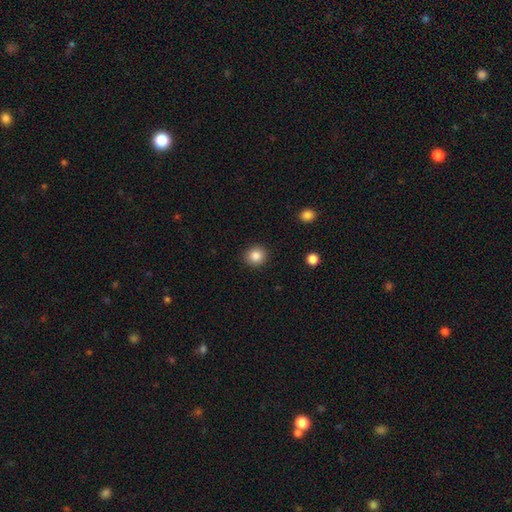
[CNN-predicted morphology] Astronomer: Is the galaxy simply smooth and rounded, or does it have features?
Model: smooth — 85%.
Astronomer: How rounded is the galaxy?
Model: round — 89%.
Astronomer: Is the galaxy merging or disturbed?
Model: none — 91%.